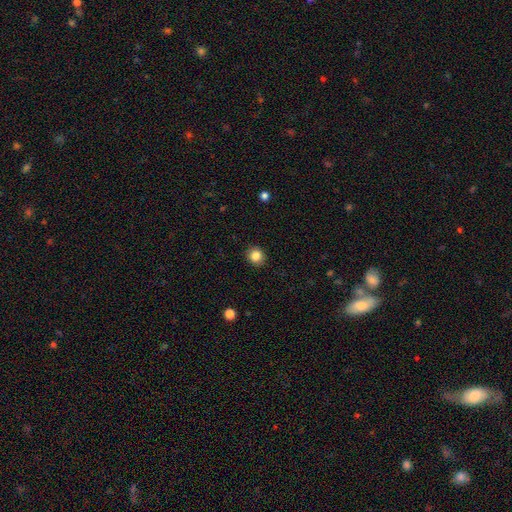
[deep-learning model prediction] Smooth or featured?
  - smooth: 85% *
  - star or artifact: 11%
  - featured or disk: 5%
How rounded?
  - round: 88% *
  - in between: 11%
  - cigar-shaped: 1%
Merging?
  - none: 91% *
  - minor disturbance: 6%
  - major disturbance: 2%
  - merger: 1%